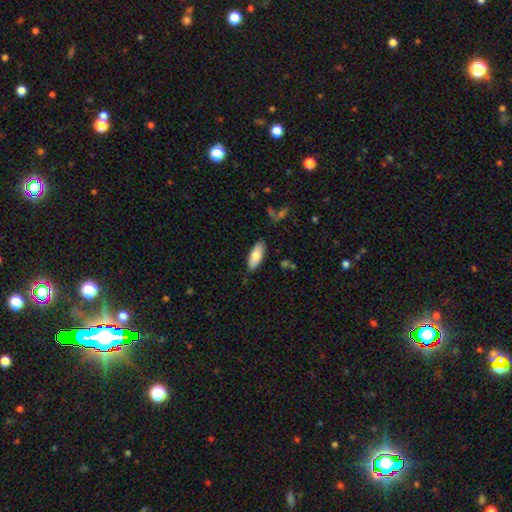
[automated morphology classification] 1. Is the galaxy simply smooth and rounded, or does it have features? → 81% smooth, 13% featured or disk, 6% star or artifact.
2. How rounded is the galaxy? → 75% in between, 23% cigar-shaped, 2% round.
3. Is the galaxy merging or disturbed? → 85% none, 11% minor disturbance, 2% major disturbance, 2% merger.